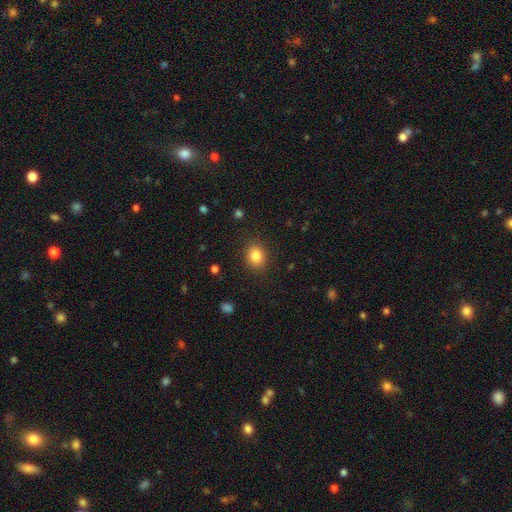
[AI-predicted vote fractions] Smooth or featured? smooth (84%)
How rounded? round (61%)
Merging? none (88%)